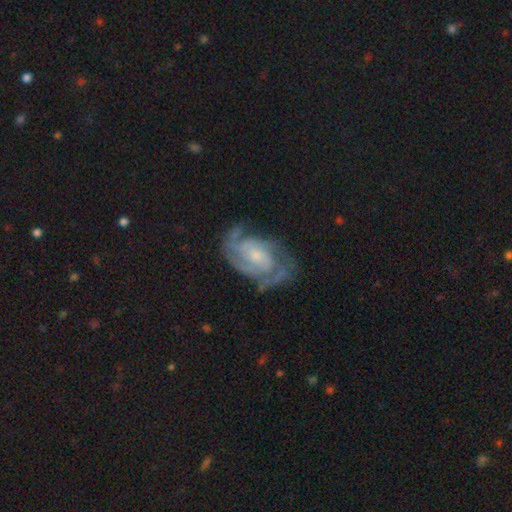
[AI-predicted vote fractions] Smooth or featured?
  - featured or disk: 87% *
  - smooth: 8%
  - star or artifact: 5%
Edge-on disk?
  - no: 97% *
  - yes: 3%
Bar?
  - no: 61% *
  - weak: 32%
  - strong: 7%
Spiral arms?
  - yes: 96% *
  - no: 4%
Spiral winding?
  - tight: 55% *
  - medium: 37%
  - loose: 7%
Spiral arm count?
  - 2: 49% *
  - 3: 22%
  - can't tell: 16%
  - 4: 5%
  - 1: 4%
  - more than 4: 4%
Bulge size?
  - small: 49% *
  - moderate: 37%
  - none: 7%
  - large: 5%
  - dominant: 1%
Merging?
  - none: 64% *
  - minor disturbance: 22%
  - major disturbance: 12%
  - merger: 2%